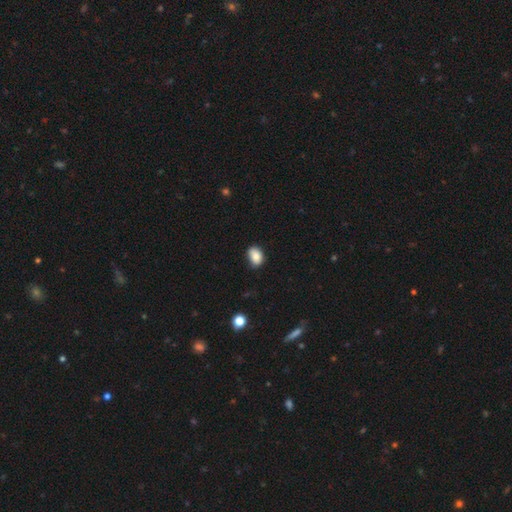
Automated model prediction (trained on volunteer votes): The model was most divided on "merging": none: 72%, minor disturbance: 23%, major disturbance: 4%, merger: 2%. More confident: smooth or featured — smooth (83%); how rounded — in between (75%).